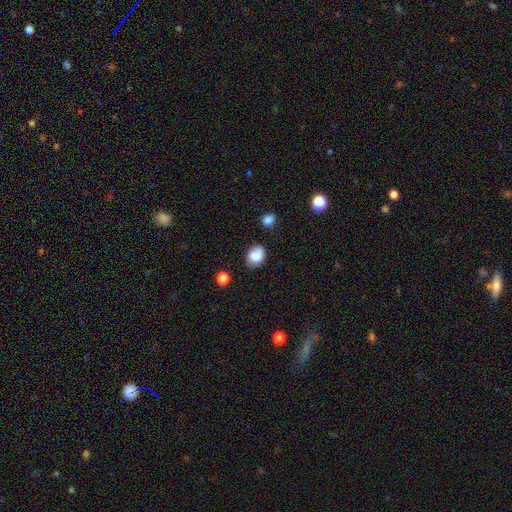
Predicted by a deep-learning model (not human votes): Smooth or featured? smooth (82%)
How rounded? in between (61%)
Merging? none (65%)